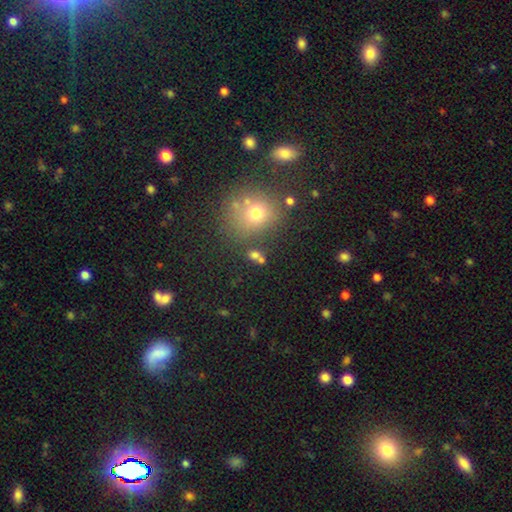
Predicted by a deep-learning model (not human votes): Smooth or featured? Predicted: smooth (p=0.67). How rounded? Predicted: round (p=0.57). Merging? Predicted: none (p=0.61).